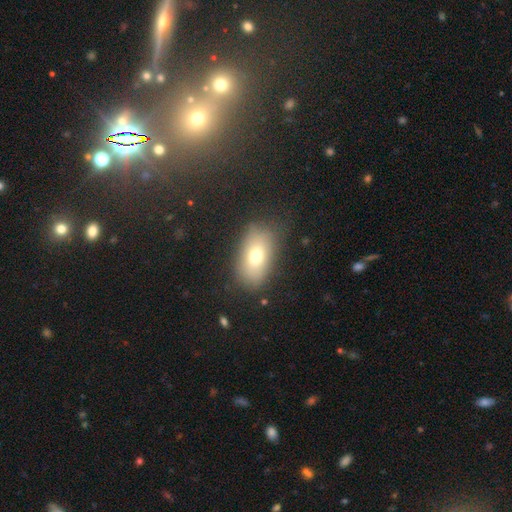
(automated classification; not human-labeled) smooth-or-featured: smooth: 71% | featured or disk: 19% | star or artifact: 10%
  how-rounded: in between: 87% | round: 10% | cigar-shaped: 3%
  merging: none: 77% | minor disturbance: 15% | major disturbance: 6% | merger: 2%